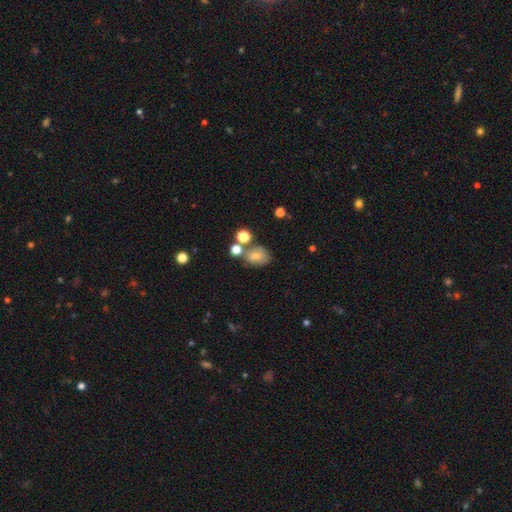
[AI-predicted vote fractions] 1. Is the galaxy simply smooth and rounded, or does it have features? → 69% smooth, 17% featured or disk, 13% star or artifact.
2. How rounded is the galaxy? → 62% in between, 37% round, 1% cigar-shaped.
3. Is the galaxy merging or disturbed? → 51% none, 23% merger, 17% minor disturbance, 8% major disturbance.